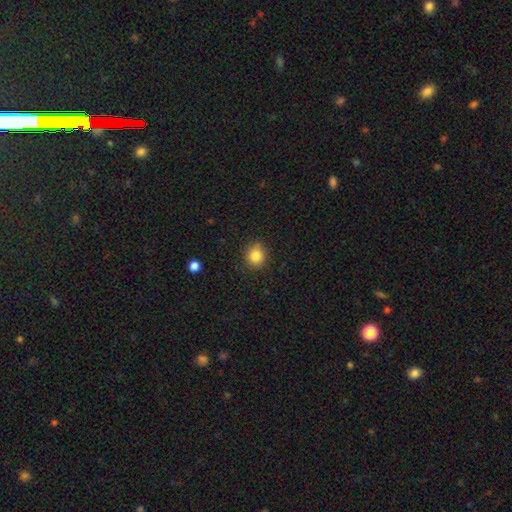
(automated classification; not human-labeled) Q: Smooth or featured?
A: smooth (85%); runner-up: star or artifact (10%)
Q: How rounded?
A: round (82%); runner-up: in between (17%)
Q: Merging?
A: none (86%); runner-up: minor disturbance (11%)